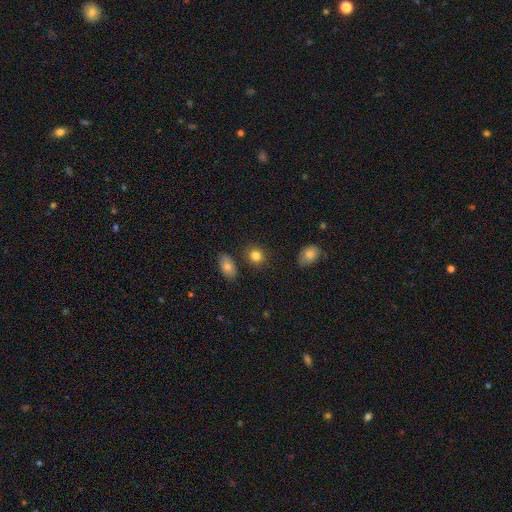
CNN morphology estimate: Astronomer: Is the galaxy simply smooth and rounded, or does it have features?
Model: smooth — 85%.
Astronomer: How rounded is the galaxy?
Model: round — 72%.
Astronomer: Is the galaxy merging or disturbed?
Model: none — 82%.